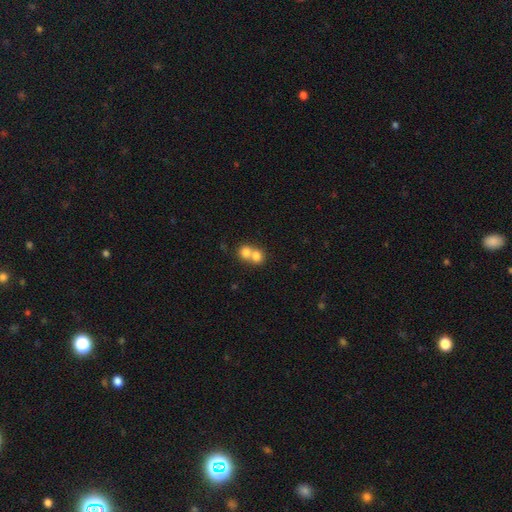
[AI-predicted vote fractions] The model was most divided on "merging": merger: 68%, none: 26%, minor disturbance: 4%, major disturbance: 2%. More confident: smooth or featured — smooth (77%); how rounded — round (74%).